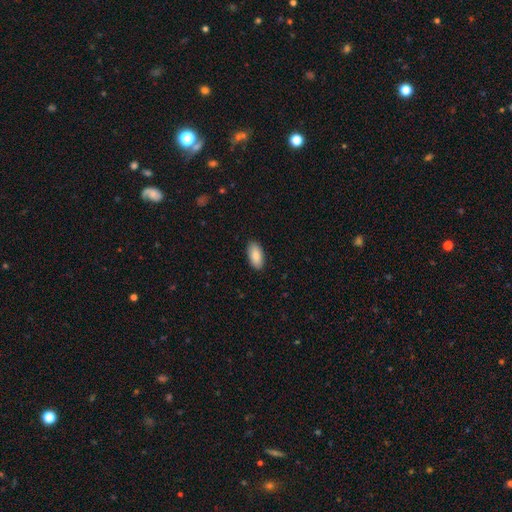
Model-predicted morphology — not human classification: A smooth galaxy with no disk features (88%) that is in between round and cigar-shaped (93%). Merging: none (90%).